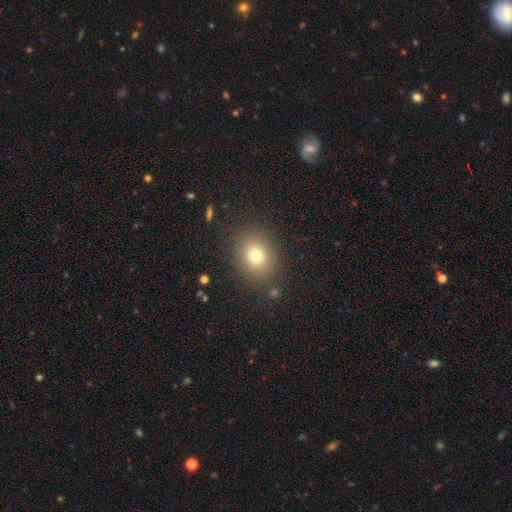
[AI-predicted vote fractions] smooth-or-featured: smooth: 75% | star or artifact: 14% | featured or disk: 11%
  how-rounded: round: 65% | in between: 34% | cigar-shaped: 1%
  merging: none: 86% | minor disturbance: 8% | major disturbance: 4% | merger: 2%